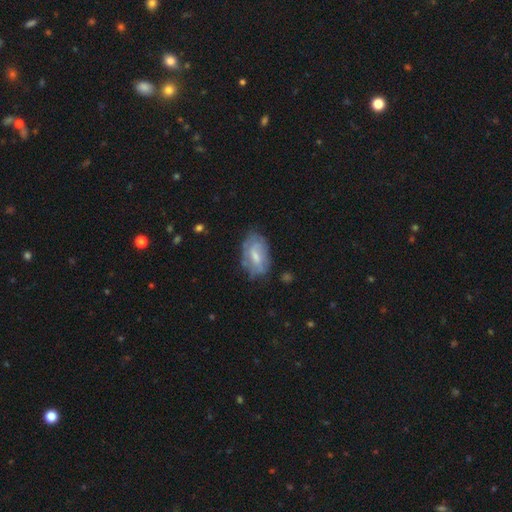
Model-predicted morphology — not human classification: Overall: featured or disk (47%; smooth 46%). Merging: none (62%; minor disturbance 27%).